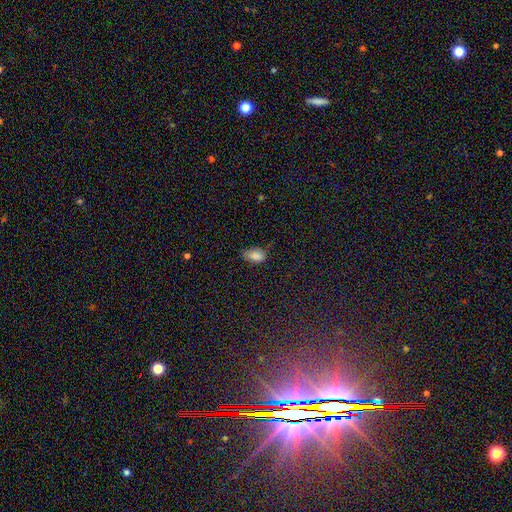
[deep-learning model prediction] smooth 84%, star or artifact 10%, featured or disk 6%. Down the decision tree: how rounded — in between (90%); merging — none (52%).